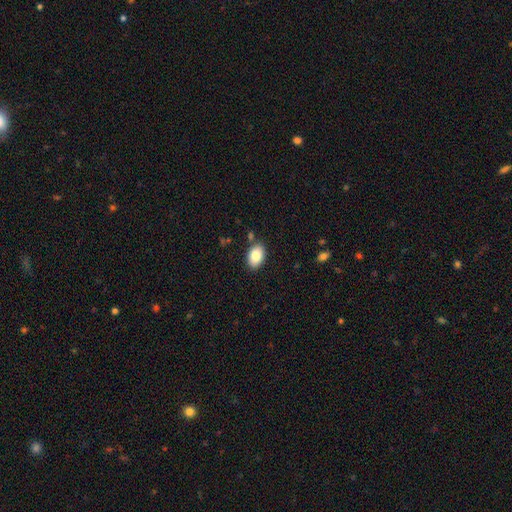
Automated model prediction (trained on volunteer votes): Smooth or featured? smooth (86%)
How rounded? in between (91%)
Merging? none (84%)